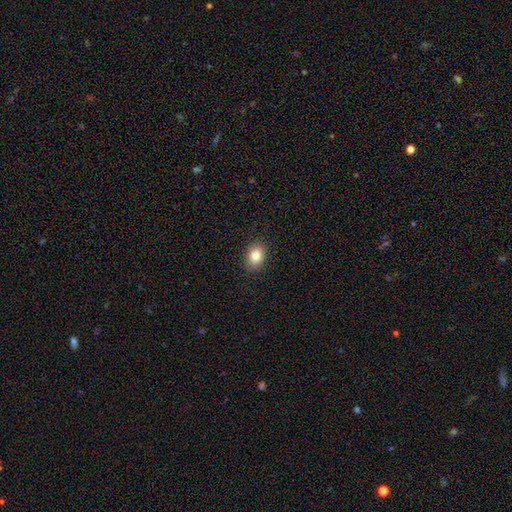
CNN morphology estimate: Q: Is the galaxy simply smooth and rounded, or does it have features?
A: smooth — 84%.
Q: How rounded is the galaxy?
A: in between — 66%.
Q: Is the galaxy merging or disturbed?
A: none — 89%.